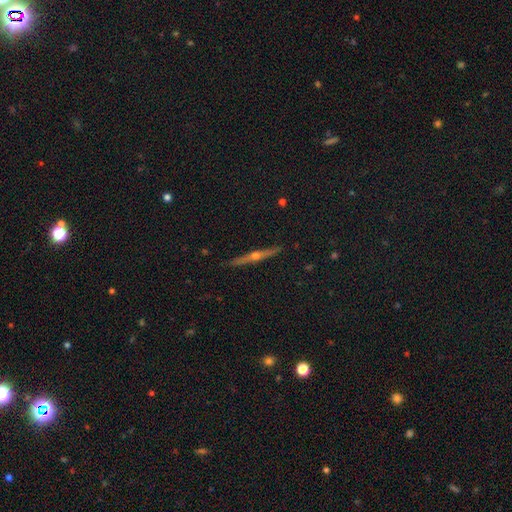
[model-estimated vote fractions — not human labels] Smooth or featured? Predicted: featured or disk (p=0.80). Edge-on disk? Predicted: yes (p=0.98). Edge-on bulge? Predicted: rounded (p=0.92). Merging? Predicted: none (p=0.92).